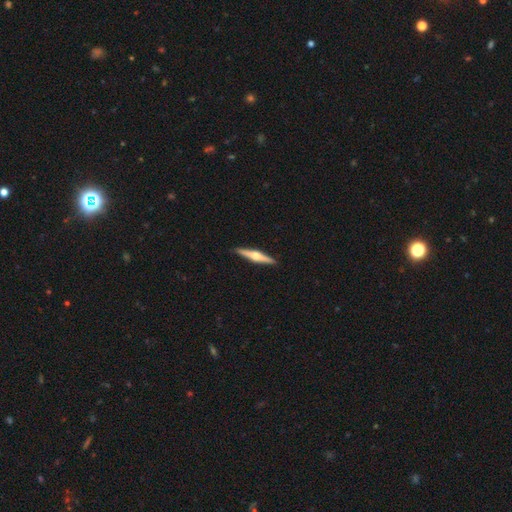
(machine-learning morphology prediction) This appears to be a featured or disk galaxy (72%) viewed edge-on (98%) with a rounded central bulge (93%). Merging: none (92%).